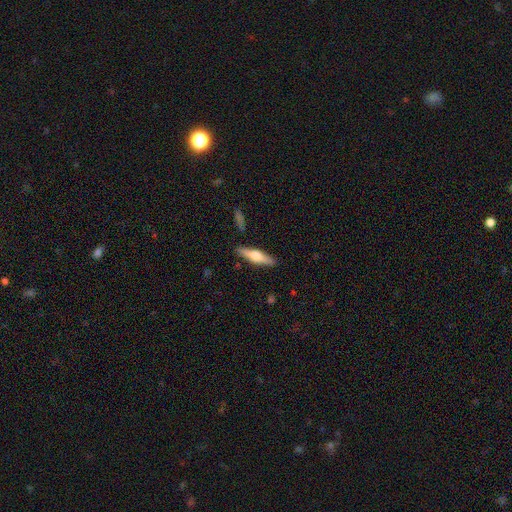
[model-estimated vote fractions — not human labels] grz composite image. It shows a featured or disk galaxy (53%) viewed edge-on (95%) with a rounded central bulge (92%). Merging: none (88%).